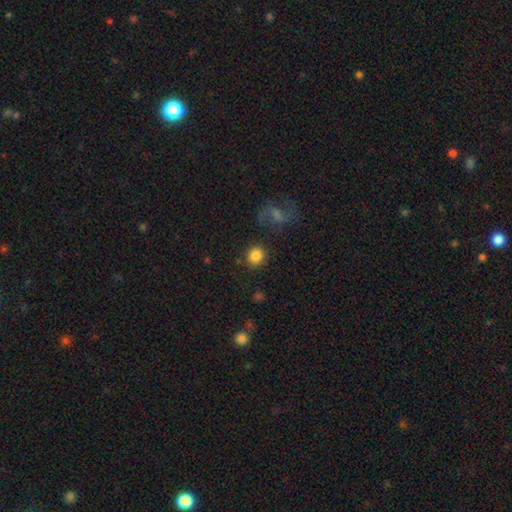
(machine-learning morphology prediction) The model was most divided on "merging": none: 83%, minor disturbance: 9%, merger: 5%, major disturbance: 4%. More confident: how rounded — round (90%); smooth or featured — smooth (84%).